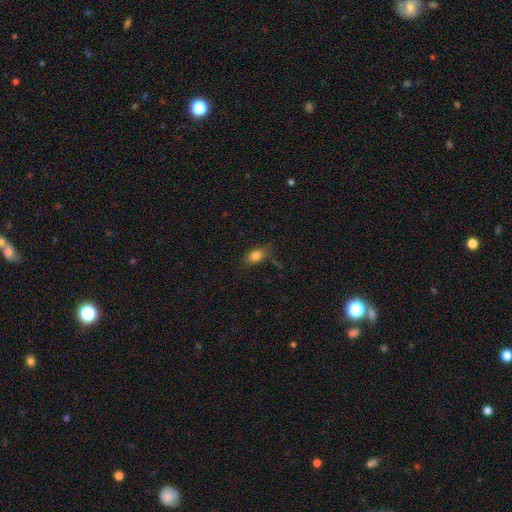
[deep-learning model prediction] A smooth galaxy with no disk features (82%) that is in between round and cigar-shaped (79%). Merging: none (75%).